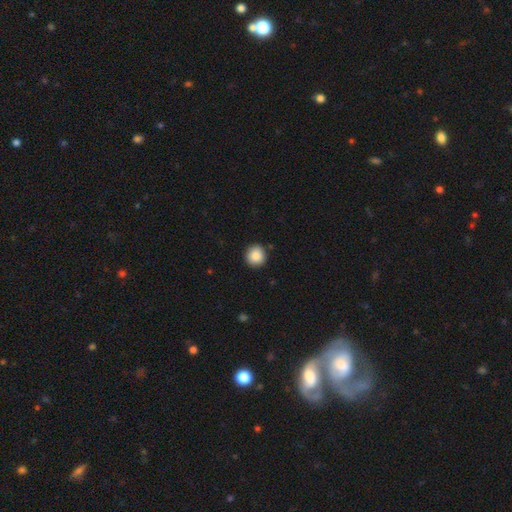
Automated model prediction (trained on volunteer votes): This is clearly a smooth galaxy (88%). How rounded: clearly round (92%). Merging: clearly none (91%).